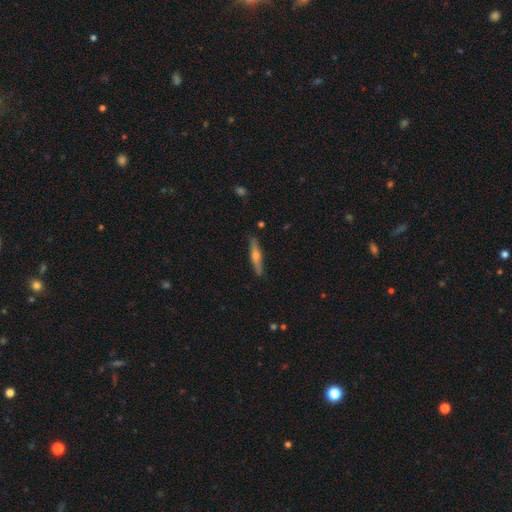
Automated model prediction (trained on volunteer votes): Q: Smooth or featured?
A: featured or disk (59%); runner-up: smooth (35%)
Q: Edge-on disk?
A: yes (95%); runner-up: no (5%)
Q: Edge-on bulge?
A: rounded (87%); runner-up: none (8%)
Q: Merging?
A: none (89%); runner-up: minor disturbance (8%)